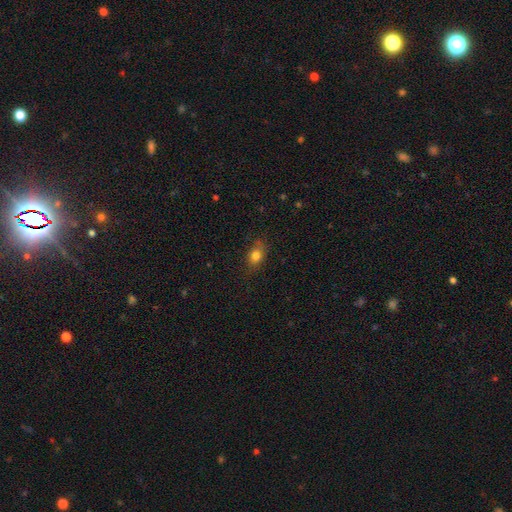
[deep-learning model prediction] Smooth or featured? smooth (81%)
How rounded? in between (65%)
Merging? none (77%)